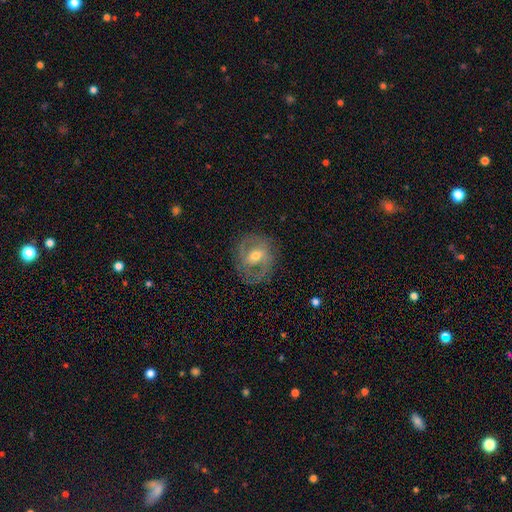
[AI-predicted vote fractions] Overall: featured or disk (74%). Edge-on disk: no (96%). Bar: weak (46%; no 28%). Spiral arms: yes (79%). Spiral arm count: 2 (68%). Spiral winding: medium (43%; tight 40%). Bulge size: moderate (63%; small 32%). Merging: none (73%).